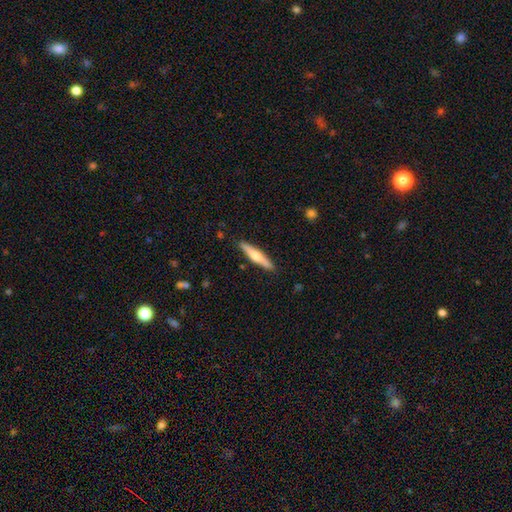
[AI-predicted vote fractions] This is possibly a featured or disk galaxy (51%). It is clearly viewed edge-on (95%). Merging: clearly none (89%).